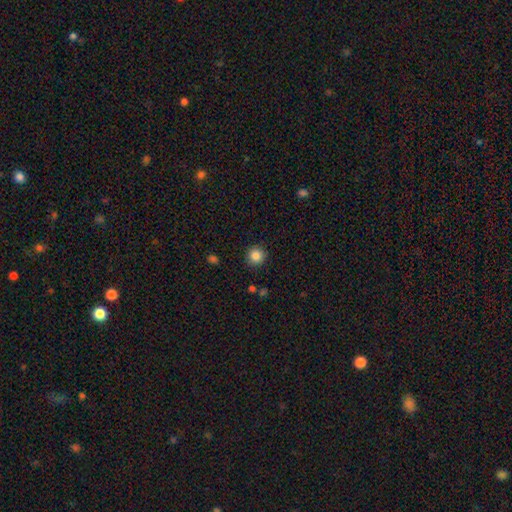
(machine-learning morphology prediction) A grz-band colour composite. It shows a smooth galaxy with no disk features (85%) that is round (94%). Merging: none (91%).